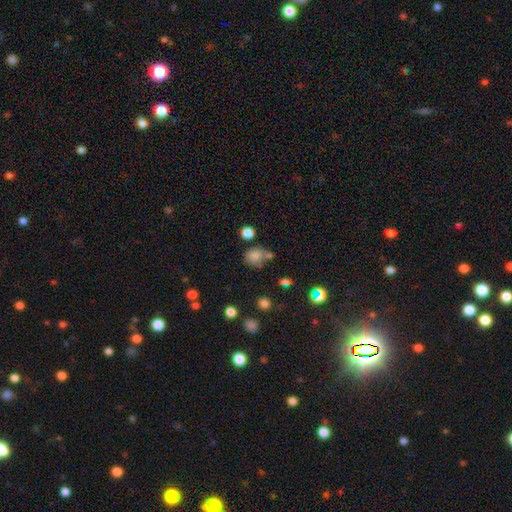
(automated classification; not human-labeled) Morphology: type=smooth (78%); roundness=round (62%); merging=none (49%).